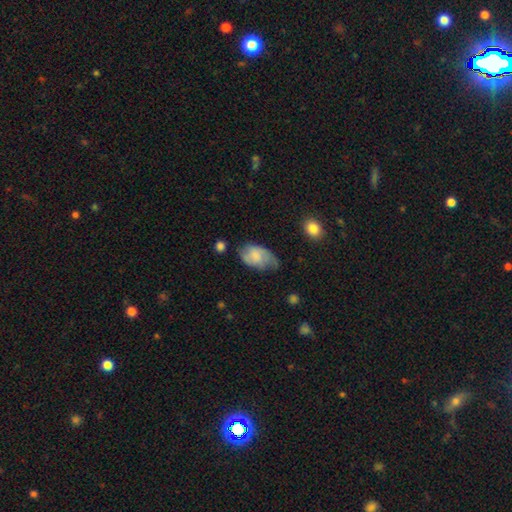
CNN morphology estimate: Smooth or featured?
  - smooth: 57% *
  - featured or disk: 36%
  - star or artifact: 7%
How rounded?
  - in between: 90% *
  - round: 8%
  - cigar-shaped: 1%
Merging?
  - none: 46% *
  - minor disturbance: 37%
  - major disturbance: 15%
  - merger: 3%